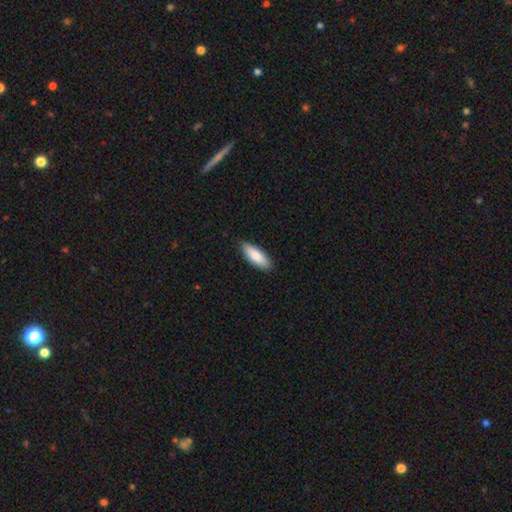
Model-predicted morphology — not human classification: smooth 83%, featured or disk 12%, star or artifact 5%. Down the decision tree: how rounded — in between (65%); merging — none (88%).